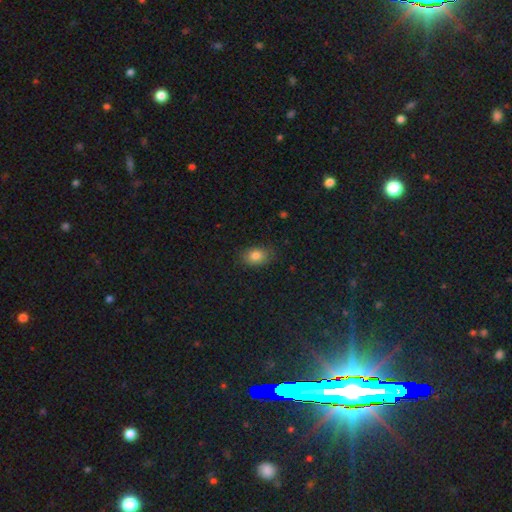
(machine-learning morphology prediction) Smooth or featured?
  - smooth: 83% *
  - star or artifact: 10%
  - featured or disk: 7%
How rounded?
  - in between: 80% *
  - round: 19%
  - cigar-shaped: 1%
Merging?
  - none: 82% *
  - minor disturbance: 14%
  - major disturbance: 3%
  - merger: 1%